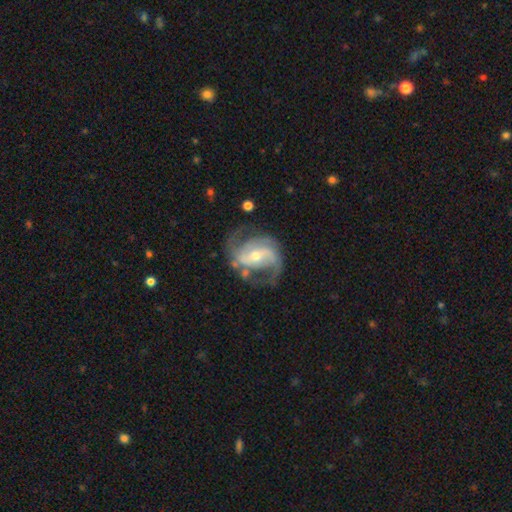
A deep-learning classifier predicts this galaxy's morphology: Smooth or featured?
  - featured or disk: 88% *
  - smooth: 7%
  - star or artifact: 5%
Edge-on disk?
  - no: 97% *
  - yes: 3%
Bar?
  - weak: 40% *
  - strong: 32%
  - no: 28%
Spiral arms?
  - yes: 96% *
  - no: 4%
Spiral winding?
  - medium: 53% *
  - loose: 26%
  - tight: 21%
Spiral arm count?
  - 2: 76% *
  - 3: 11%
  - can't tell: 6%
  - 1: 3%
  - 4: 2%
  - more than 4: 2%
Bulge size?
  - moderate: 50% *
  - small: 46%
  - large: 3%
  - none: 1%
  - dominant: 1%
Merging?
  - none: 65% *
  - minor disturbance: 18%
  - major disturbance: 14%
  - merger: 3%